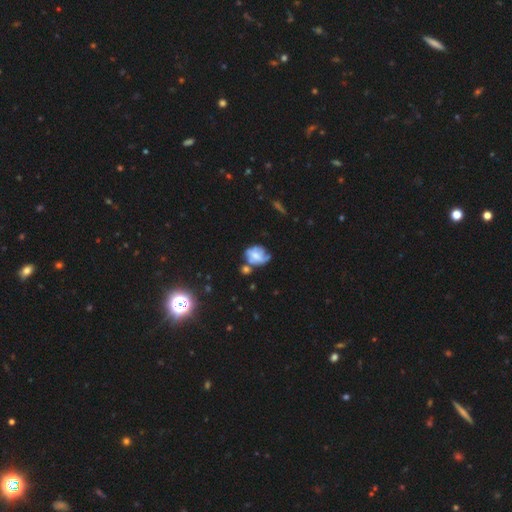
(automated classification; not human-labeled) The model was most divided on "bulge size": small: 41%, moderate: 36%, none: 16%, large: 5%, dominant: 2%. Remaining: edge-on disk — no (96%); spiral arms — yes (65%); bar — no (58%); smooth or featured — featured or disk (52%); merging — none (35%).